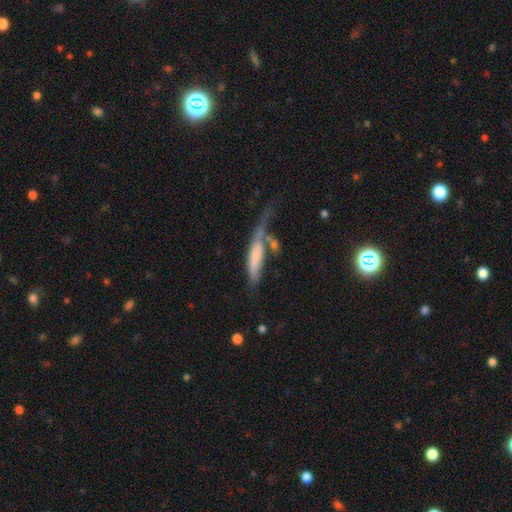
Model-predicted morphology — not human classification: The model was most divided on "merging" (2-way tie): none: 28%, major disturbance: 28%, merger: 24%, minor disturbance: 20%. More confident: how rounded — cigar-shaped (71%); smooth or featured — smooth (61%).